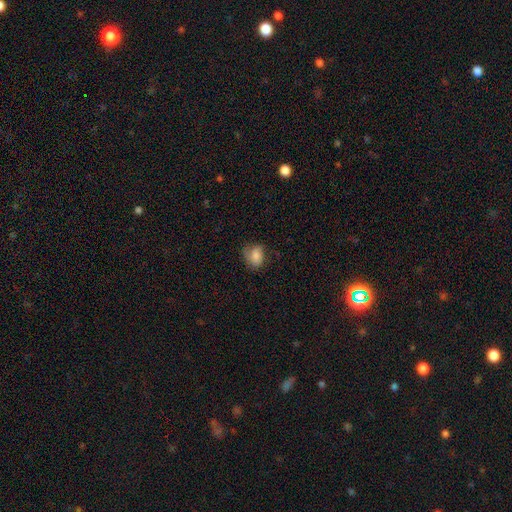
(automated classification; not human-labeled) smooth-or-featured: smooth: 76% | featured or disk: 15% | star or artifact: 8%
  how-rounded: in between: 61% | round: 38% | cigar-shaped: 1%
  merging: none: 56% | minor disturbance: 29% | major disturbance: 13% | merger: 1%